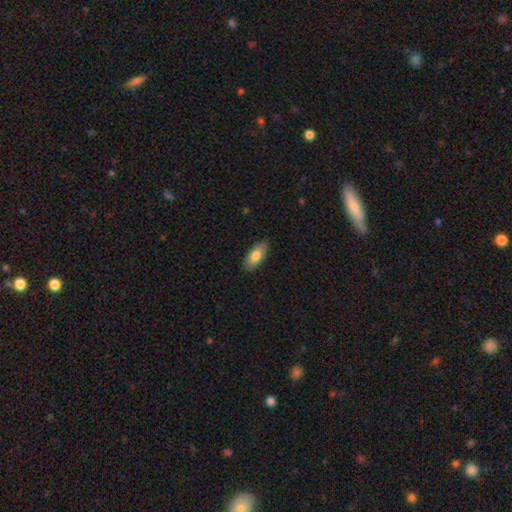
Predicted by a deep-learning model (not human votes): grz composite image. It shows a smooth galaxy with no disk features (79%) that is in between round and cigar-shaped (88%). Merging: none (88%).